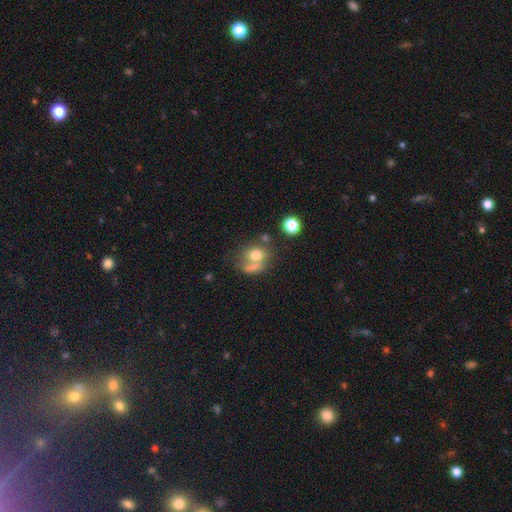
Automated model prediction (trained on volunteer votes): Smooth or featured? smooth (70%)
How rounded? round (66%)
Merging? merger (36%)